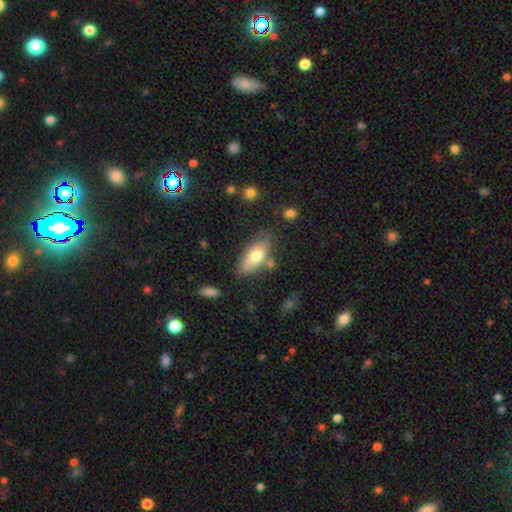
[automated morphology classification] A smooth galaxy with no disk features (69%) that is in between round and cigar-shaped (83%). Merging: none (67%).